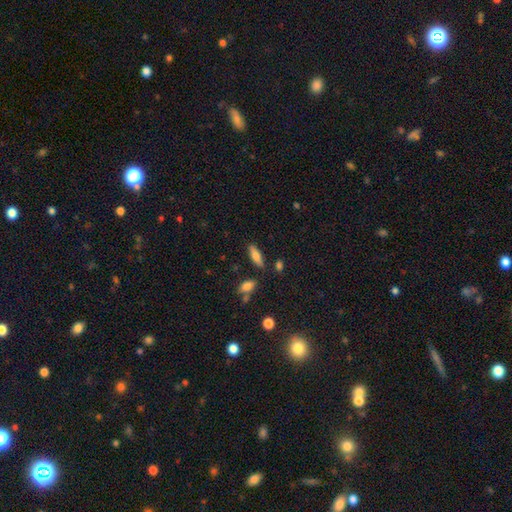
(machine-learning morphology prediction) This appears to be a smooth galaxy with no disk features (70%) that is in between round and cigar-shaped (55%). Merging: none (81%).